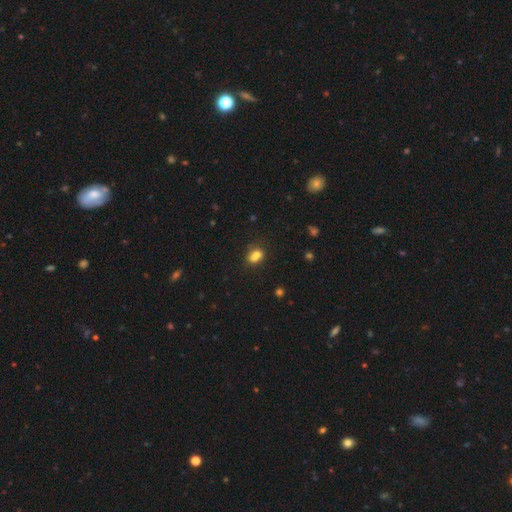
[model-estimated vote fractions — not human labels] A smooth galaxy with no disk features (74%) that is in between round and cigar-shaped (62%).

Vote fractions:
- Smooth or featured? smooth: 74% / star or artifact: 13% / featured or disk: 13%
- How rounded? in between: 62% / round: 35% / cigar-shaped: 3%
- Merging? merger: 41% / none: 39% / minor disturbance: 15% / major disturbance: 6%